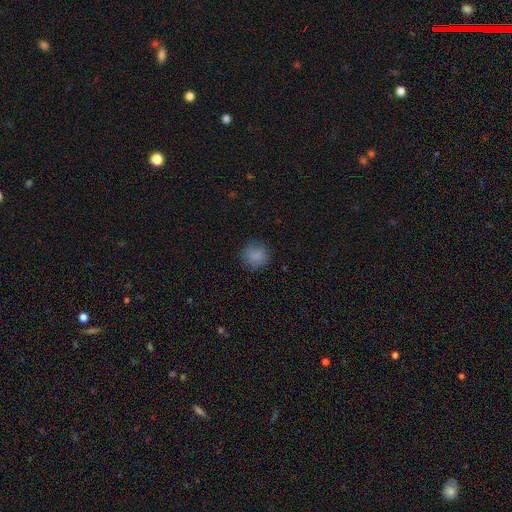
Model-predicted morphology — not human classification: type=smooth (86%); roundness=round (90%); merging=none (85%).